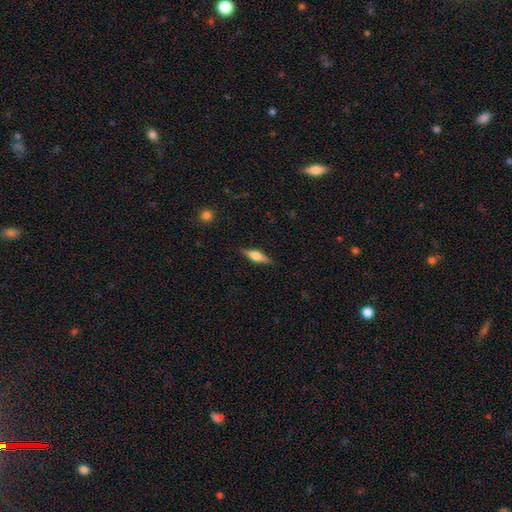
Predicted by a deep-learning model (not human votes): This appears to be a featured or disk galaxy (52%) viewed edge-on (95%). Merging: none (86%).